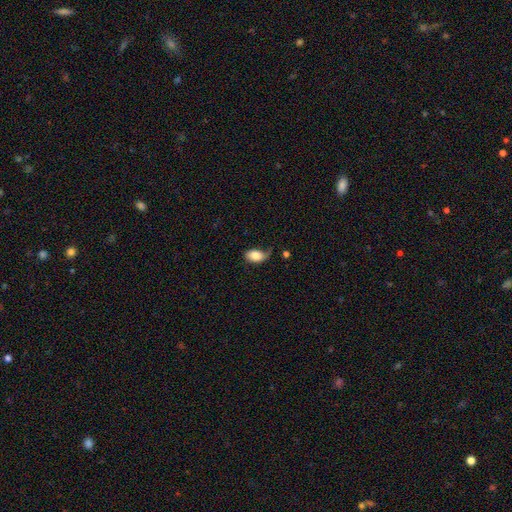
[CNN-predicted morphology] Smooth or featured?
  - smooth: 77% *
  - featured or disk: 15%
  - star or artifact: 7%
How rounded?
  - in between: 89% *
  - round: 9%
  - cigar-shaped: 2%
Merging?
  - none: 39% *
  - minor disturbance: 36%
  - major disturbance: 21%
  - merger: 4%